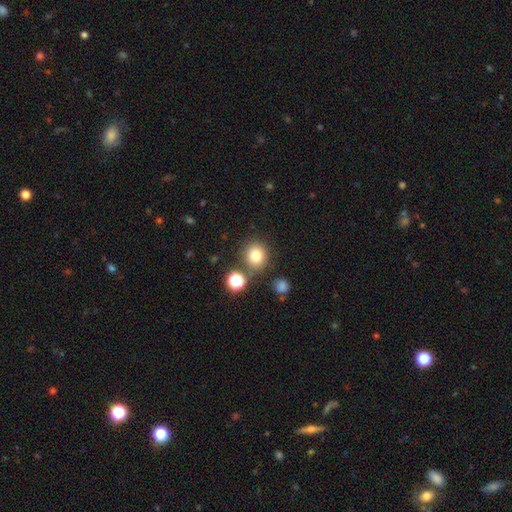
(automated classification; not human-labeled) Smooth or featured? smooth (80%)
How rounded? round (84%)
Merging? none (78%)